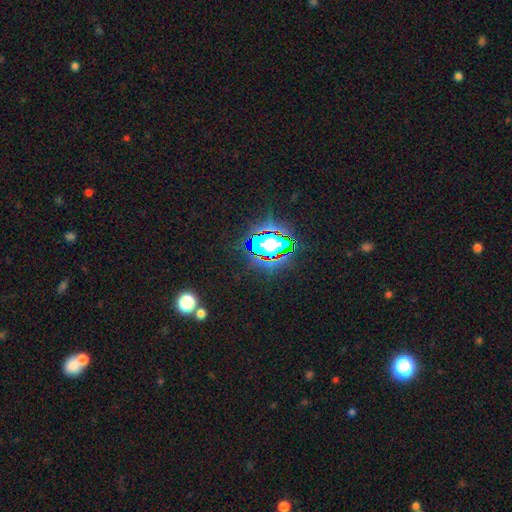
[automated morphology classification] This is likely a star or artifact rather than a galaxy (75%).